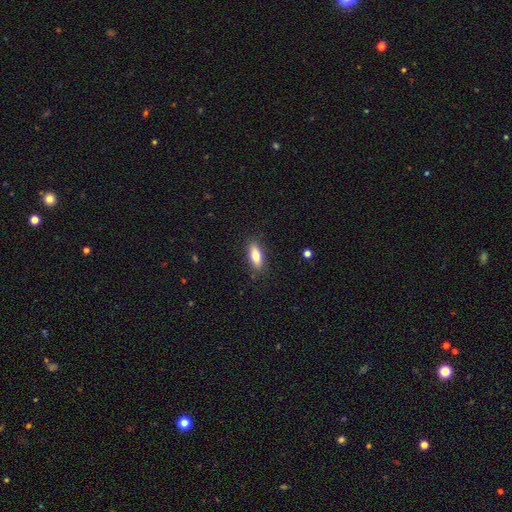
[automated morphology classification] Overall: smooth (78%). How rounded: in between (74%). Merging: none (86%).